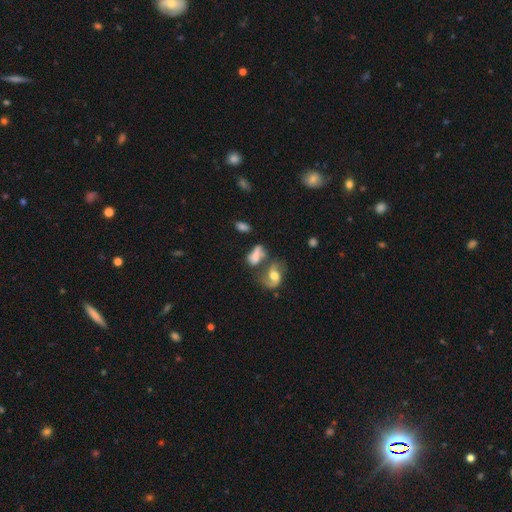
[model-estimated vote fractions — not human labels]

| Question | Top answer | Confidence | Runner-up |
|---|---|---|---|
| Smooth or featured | smooth | 54% | featured or disk (35%) |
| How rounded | in between | 81% | round (12%) |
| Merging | merger | 42% | none (29%) |